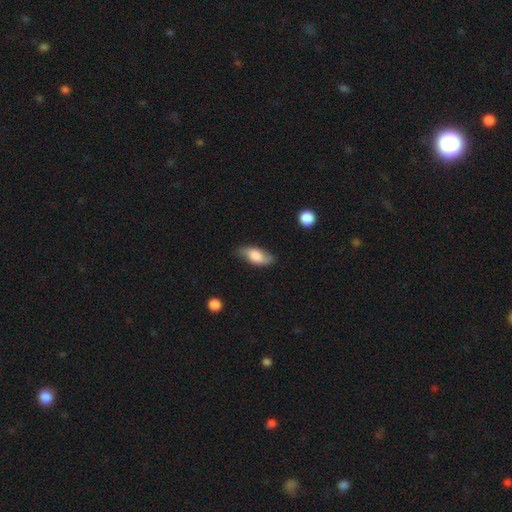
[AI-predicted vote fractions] Morphology: type=smooth (72%); roundness=in between (86%); merging=none (73%).